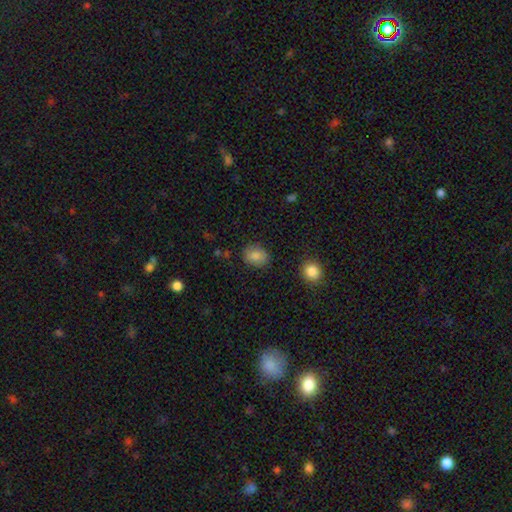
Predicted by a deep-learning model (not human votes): The model was most divided on "how rounded": round: 63%, in between: 36%, cigar-shaped: 1%. More confident: merging — none (85%); smooth or featured — smooth (81%).